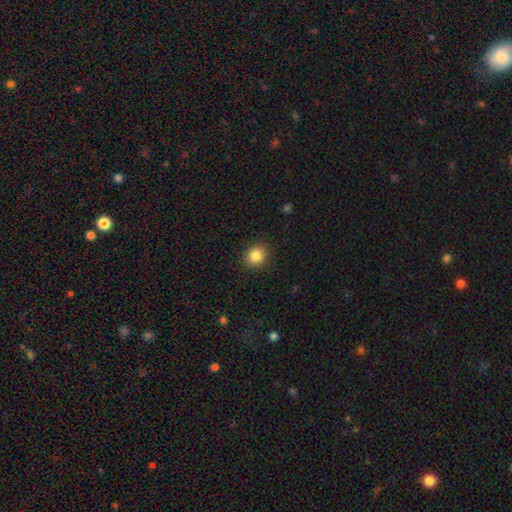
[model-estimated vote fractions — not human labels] Smooth or featured? Predicted: smooth (p=0.86). How rounded? Predicted: round (p=0.69). Merging? Predicted: none (p=0.89).